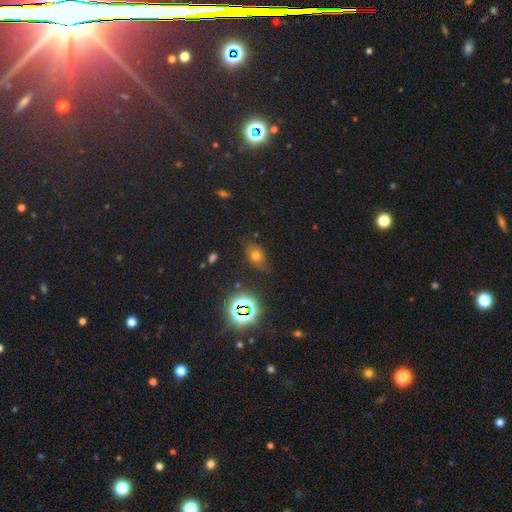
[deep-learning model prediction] smooth 60%, star or artifact 27%, featured or disk 13%. Down the decision tree: how rounded — in between (72%); merging — none (73%).